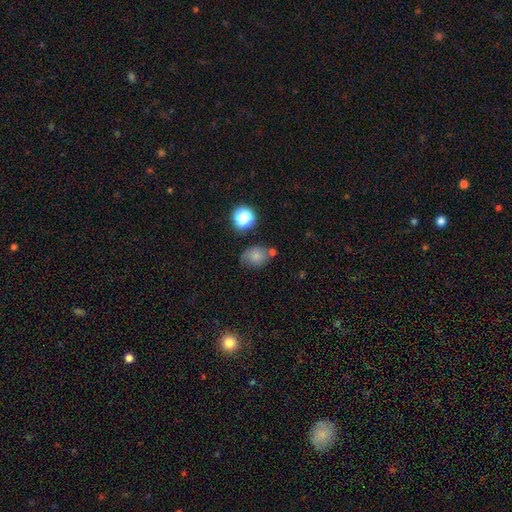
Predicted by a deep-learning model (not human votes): smooth-or-featured: smooth: 71% | star or artifact: 15% | featured or disk: 14%
  how-rounded: round: 51% | in between: 48% | cigar-shaped: 1%
  merging: none: 54% | minor disturbance: 25% | merger: 13% | major disturbance: 8%